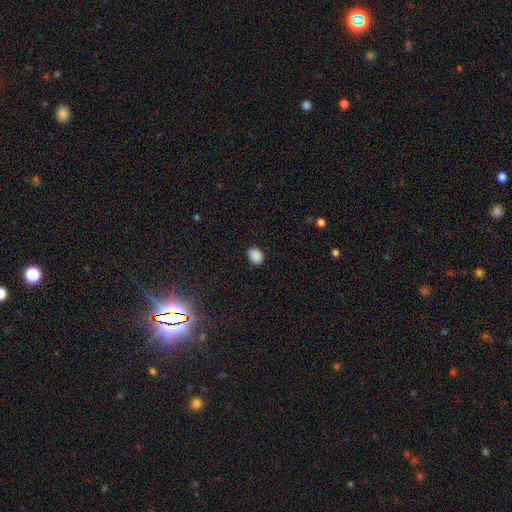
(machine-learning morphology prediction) This is clearly a smooth galaxy (88%). How rounded: likely in between (62%). Merging: clearly none (85%).